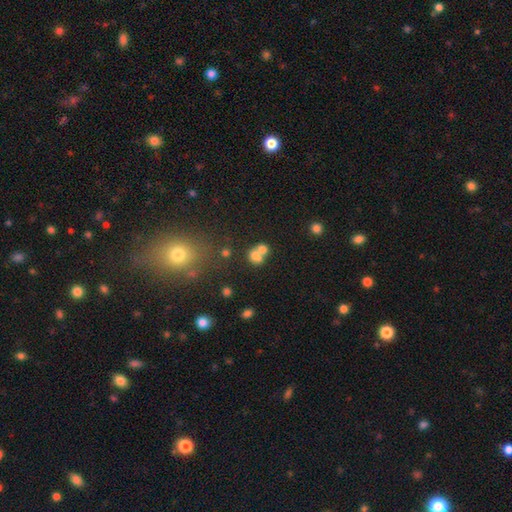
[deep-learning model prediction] The model was most divided on "how rounded": round: 59%, in between: 40%, cigar-shaped: 1%. More confident: smooth or featured — smooth (68%); merging — merger (61%).